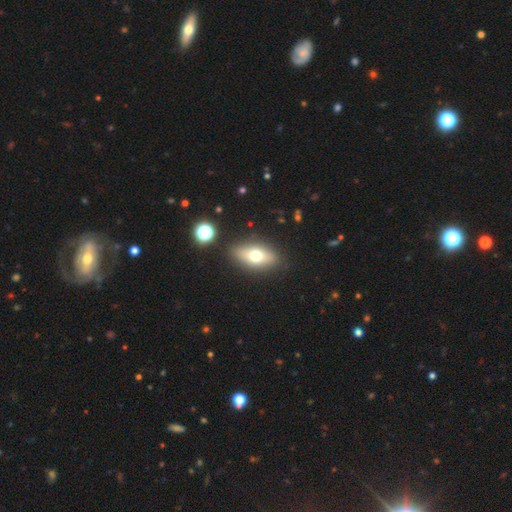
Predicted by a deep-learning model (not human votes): Smooth or featured: smooth — 64% (featured or disk — 27%)
How rounded: in between — 78% (cigar-shaped — 12%)
Merging: none — 84% (minor disturbance — 10%)